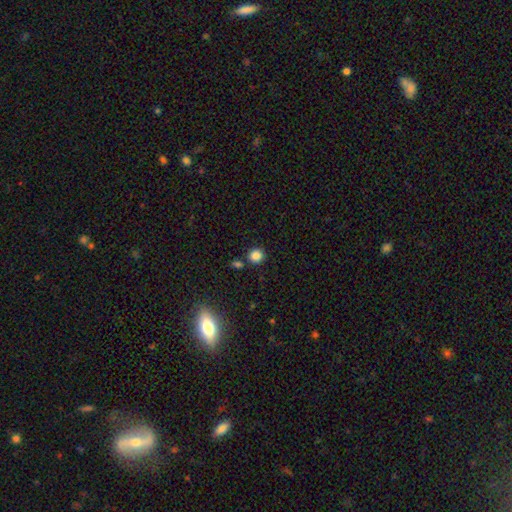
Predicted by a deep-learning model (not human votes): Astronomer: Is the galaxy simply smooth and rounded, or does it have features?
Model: smooth — 85%.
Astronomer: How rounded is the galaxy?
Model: round — 91%.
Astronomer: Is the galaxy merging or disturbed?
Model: none — 82%.